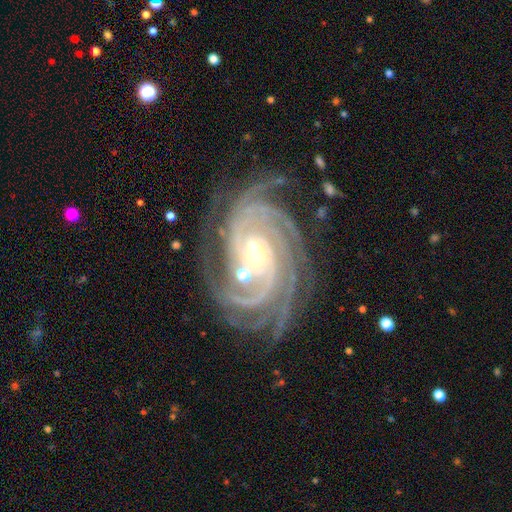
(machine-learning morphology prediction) Smooth or featured? Predicted: featured or disk (p=0.93). Edge-on disk? Predicted: no (p=0.97). Bar? Predicted: no (p=0.38). Spiral arms? Predicted: yes (p=0.99). Spiral winding? Predicted: tight (p=0.78). Spiral arm count? Predicted: 4 (p=0.39). Bulge size? Predicted: small (p=0.57). Merging? Predicted: none (p=0.72).